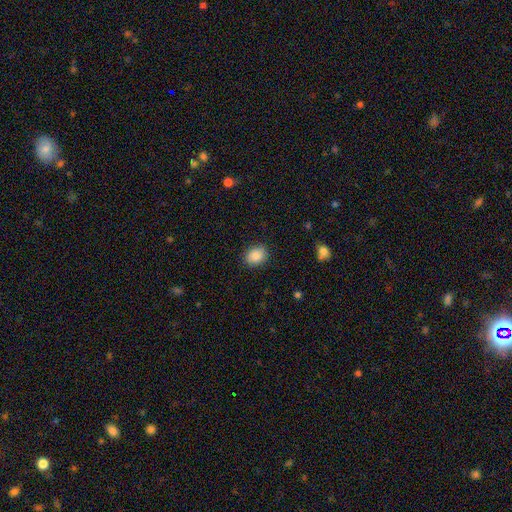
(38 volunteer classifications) Smooth or featured?
  - smooth: 92% *
  - star or artifact: 5%
  - featured or disk: 3%
How rounded?
  - round: 57% *
  - in between: 43%
  - cigar-shaped: 0%
Merging?
  - none: 81% *
  - minor disturbance: 14%
  - major disturbance: 6%
  - merger: 0%